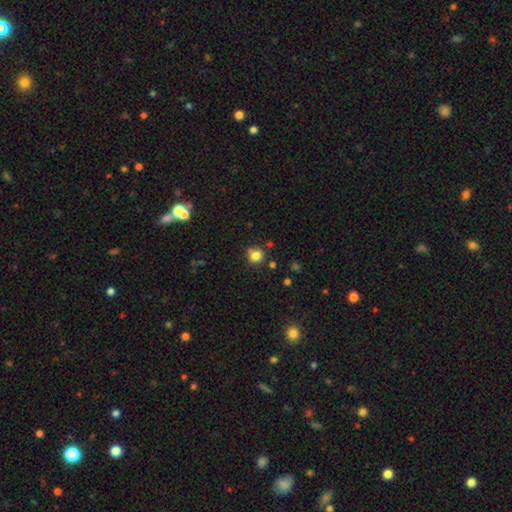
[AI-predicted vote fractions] Overall: smooth (81%). How rounded: round (87%). Merging: none (74%).